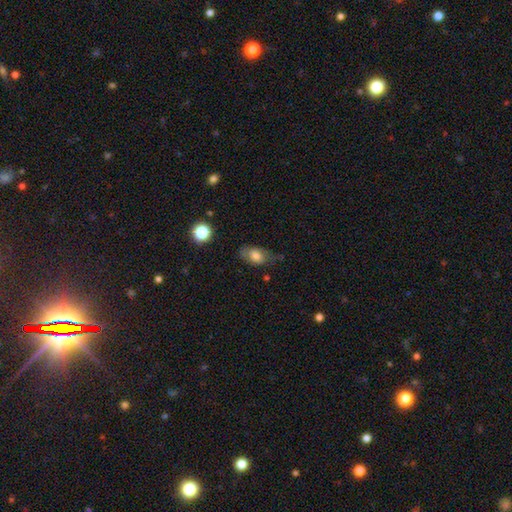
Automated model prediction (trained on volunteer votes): This appears to be a smooth galaxy with no disk features (70%) that is in between round and cigar-shaped (82%). Merging: none (52%).